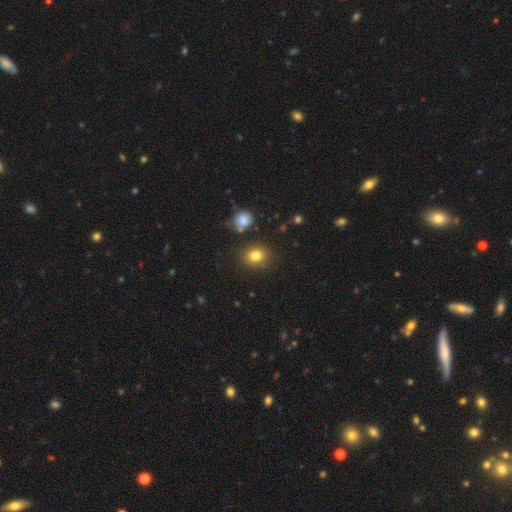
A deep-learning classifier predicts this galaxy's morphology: Smooth or featured?
  - smooth: 81% *
  - star or artifact: 12%
  - featured or disk: 7%
How rounded?
  - round: 66% *
  - in between: 33%
  - cigar-shaped: 1%
Merging?
  - none: 83% *
  - minor disturbance: 10%
  - merger: 4%
  - major disturbance: 3%